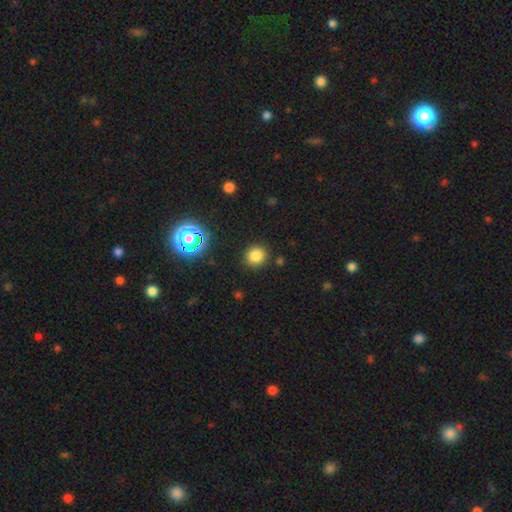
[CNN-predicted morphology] This appears to be a smooth galaxy with no disk features (79%) that is round (85%). Merging: none (88%).